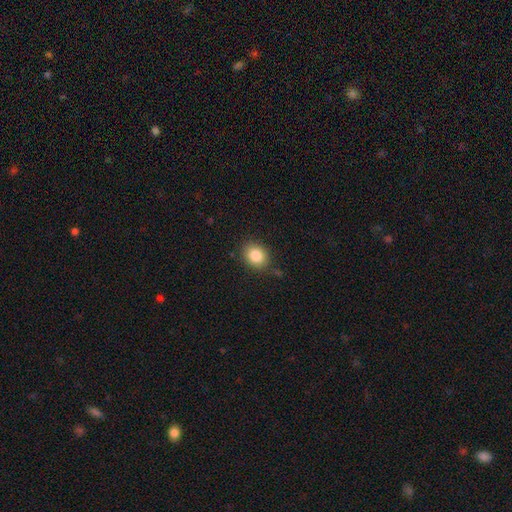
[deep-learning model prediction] Q: Smooth or featured?
A: smooth (85%); runner-up: star or artifact (9%)
Q: How rounded?
A: round (64%); runner-up: in between (36%)
Q: Merging?
A: none (83%); runner-up: minor disturbance (12%)